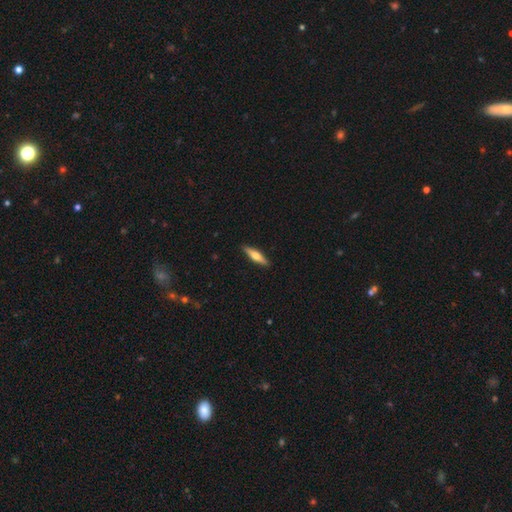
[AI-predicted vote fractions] A featured or disk galaxy (49%). Merging: none (90%).